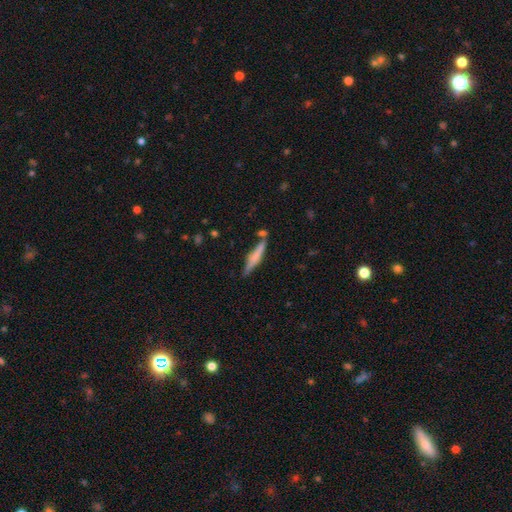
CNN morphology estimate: Smooth or featured? smooth (53%)
How rounded? cigar-shaped (89%)
Merging? none (73%)